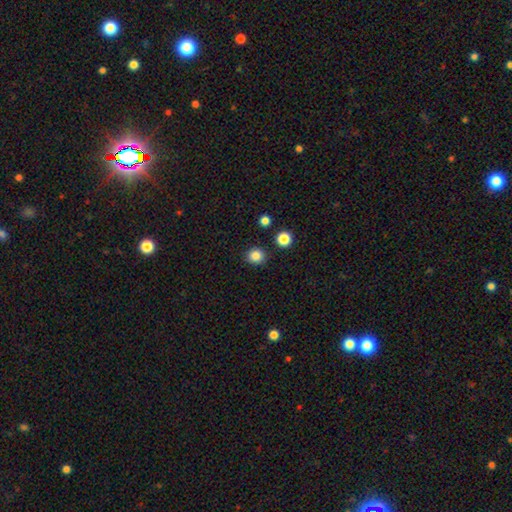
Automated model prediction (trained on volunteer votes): Smooth or featured? smooth (85%)
How rounded? round (88%)
Merging? none (89%)